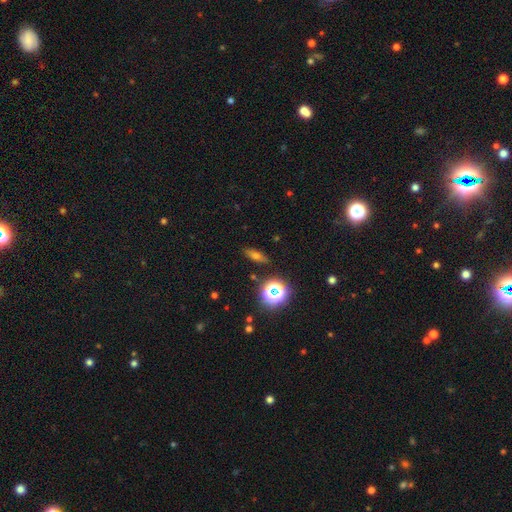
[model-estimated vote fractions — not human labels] A smooth galaxy with no disk features (55%) that is in between round and cigar-shaped (47%).

Vote fractions:
- Smooth or featured? smooth: 55% / star or artifact: 25% / featured or disk: 20%
- How rounded? in between: 47% / cigar-shaped: 37% / round: 15%
- Merging? none: 87% / minor disturbance: 8% / major disturbance: 2% / merger: 2%